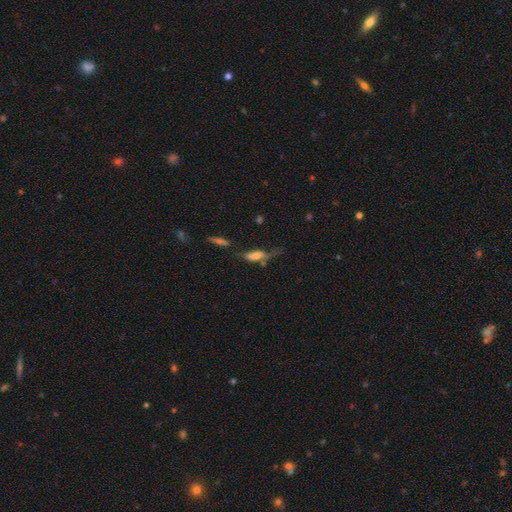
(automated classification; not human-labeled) The model was most divided on "merging": major disturbance: 31%, none: 28%, minor disturbance: 22%, merger: 18%. More confident: how rounded — in between (62%); smooth or featured — smooth (56%).